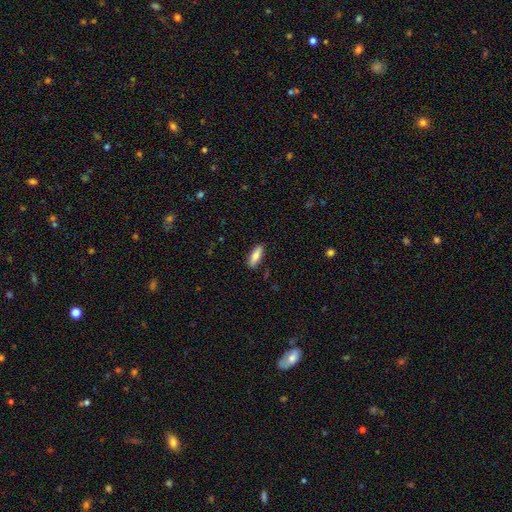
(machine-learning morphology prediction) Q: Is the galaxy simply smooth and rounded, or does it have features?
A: smooth — 79%.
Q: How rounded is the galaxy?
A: in between — 60%.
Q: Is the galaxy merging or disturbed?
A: none — 86%.